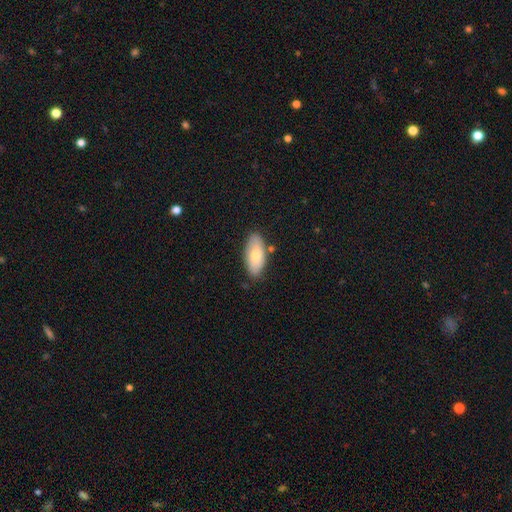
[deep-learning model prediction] smooth 71%, featured or disk 23%, star or artifact 6%. Down the decision tree: how rounded — in between (86%); merging — none (82%).